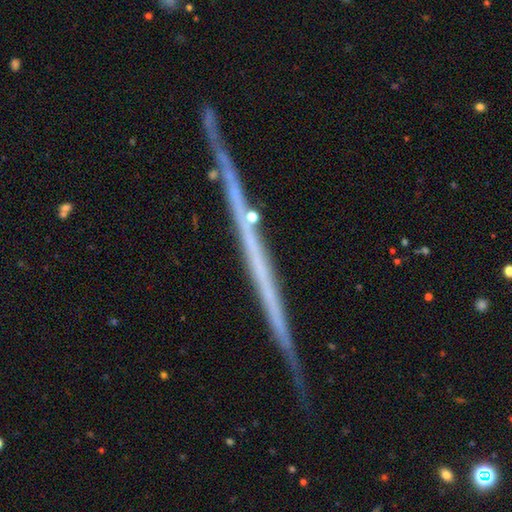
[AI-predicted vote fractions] Overall: featured or disk (71%). Edge-on disk: yes (97%). Edge-on bulge: none (89%). Merging: none (85%).